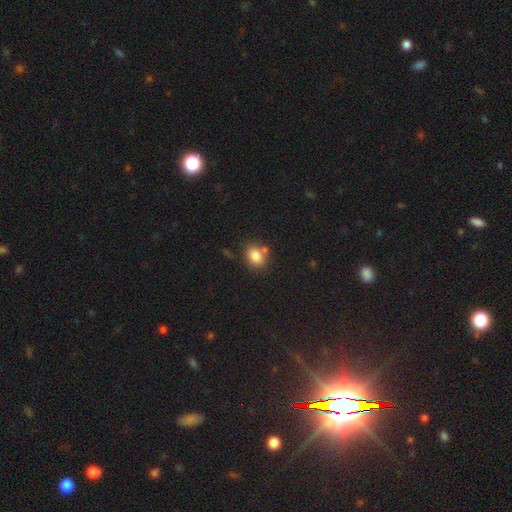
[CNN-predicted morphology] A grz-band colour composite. It shows a smooth galaxy with no disk features (83%) that is in between round and cigar-shaped (51%). Merging: none (68%).